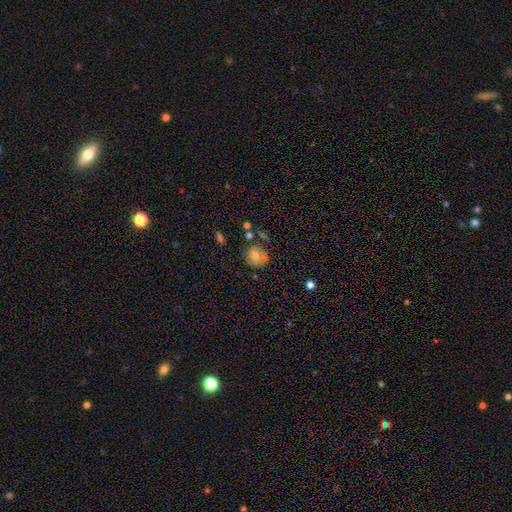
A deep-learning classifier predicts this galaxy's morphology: The model was most divided on "how rounded": round: 67%, in between: 32%, cigar-shaped: 1%. More confident: smooth or featured — smooth (65%); merging — none (60%).